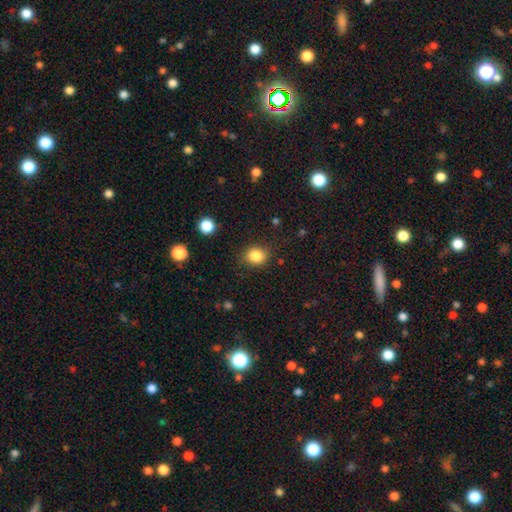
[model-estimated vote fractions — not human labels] This is clearly a smooth galaxy (85%). How rounded: likely round (71%). Merging: clearly none (85%).